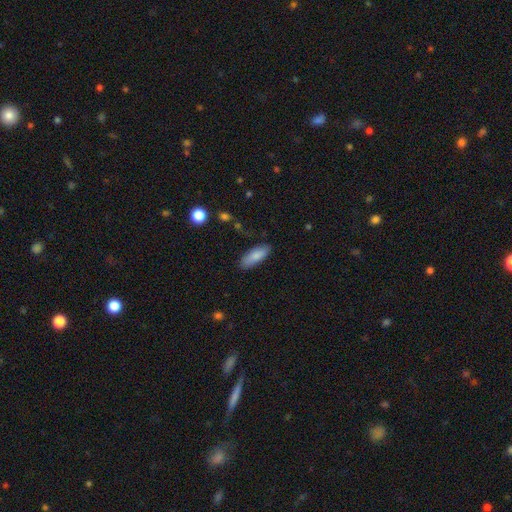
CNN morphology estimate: The model was most divided on "how rounded": in between: 71%, cigar-shaped: 27%, round: 2%. More confident: smooth or featured — smooth (85%); merging — none (84%).